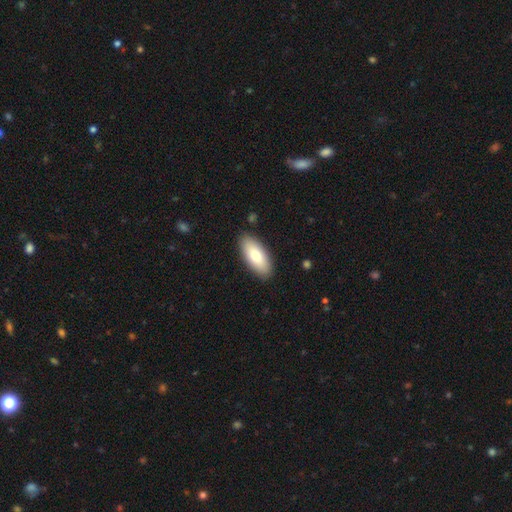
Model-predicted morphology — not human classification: Smooth or featured? Predicted: smooth (p=0.78). How rounded? Predicted: in between (p=0.86). Merging? Predicted: none (p=0.87).